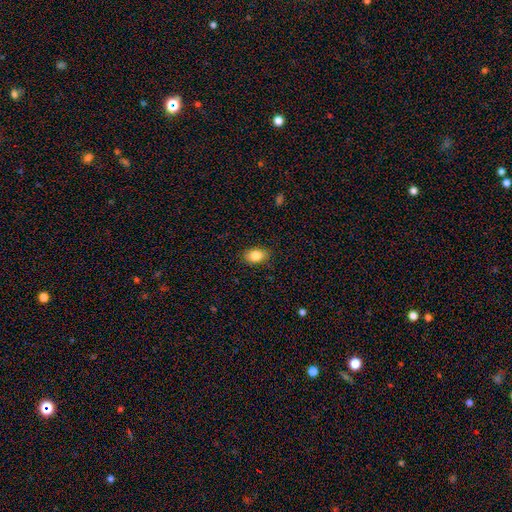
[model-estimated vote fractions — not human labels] Overall: smooth (84%). How rounded: in between (85%). Merging: none (87%).